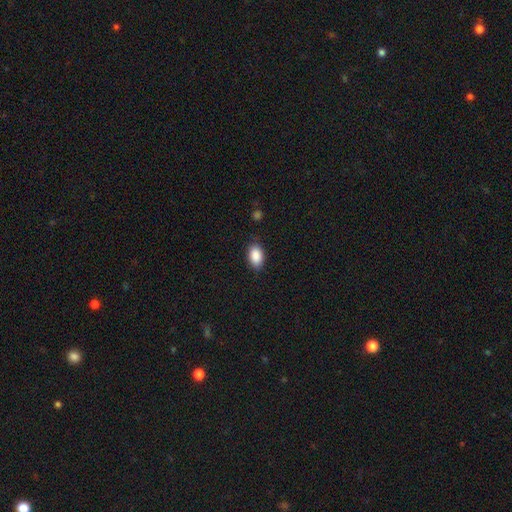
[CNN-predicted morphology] Smooth or featured? Predicted: smooth (p=0.89). How rounded? Predicted: in between (p=0.90). Merging? Predicted: none (p=0.83).